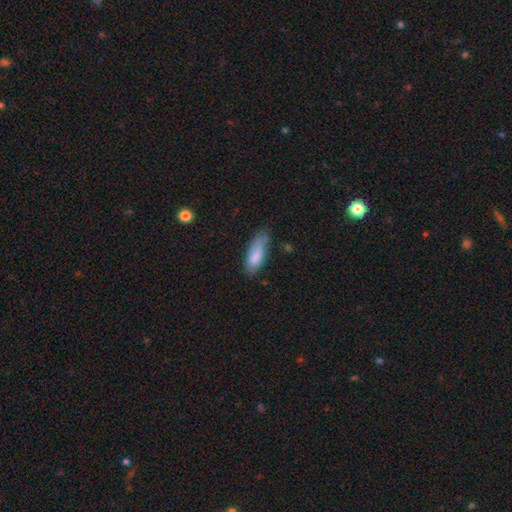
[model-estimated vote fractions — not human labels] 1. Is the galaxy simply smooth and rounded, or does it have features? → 80% smooth, 14% featured or disk, 7% star or artifact.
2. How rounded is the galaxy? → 67% in between, 31% cigar-shaped, 2% round.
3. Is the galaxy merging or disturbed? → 55% none, 32% minor disturbance, 10% major disturbance, 3% merger.